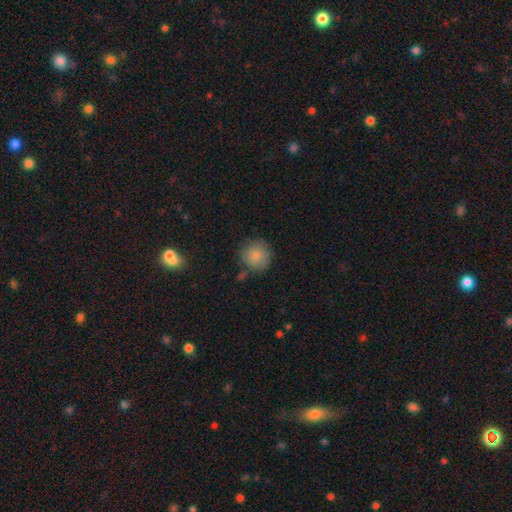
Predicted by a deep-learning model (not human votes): The model was most divided on "merging": none: 74%, minor disturbance: 16%, merger: 5%, major disturbance: 5%. More confident: how rounded — round (92%); smooth or featured — smooth (85%).